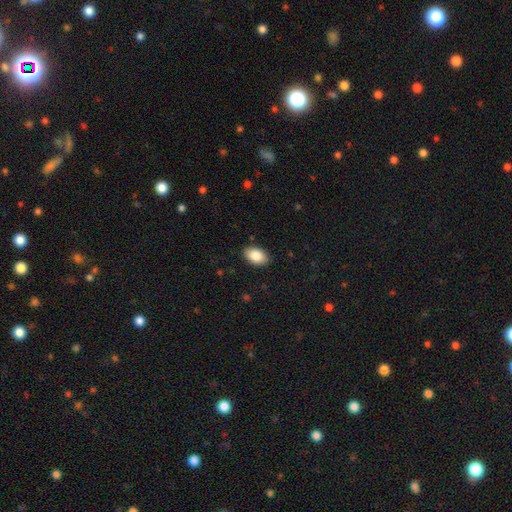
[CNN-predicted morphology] Smooth or featured? smooth (86%)
How rounded? in between (92%)
Merging? none (89%)